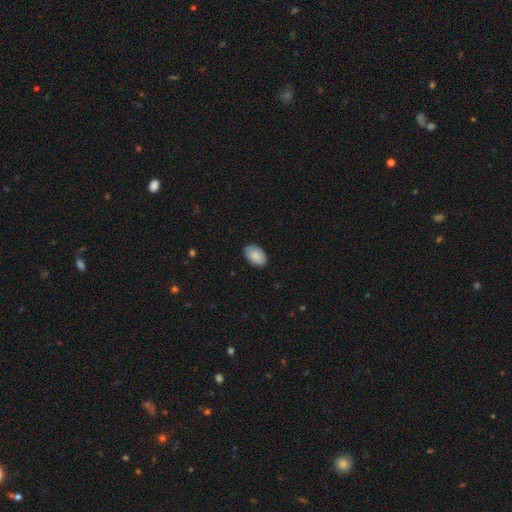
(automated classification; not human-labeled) smooth-or-featured: smooth: 87% | featured or disk: 7% | star or artifact: 6%
  how-rounded: in between: 92% | round: 7% | cigar-shaped: 1%
  merging: none: 87% | minor disturbance: 10% | major disturbance: 2% | merger: 1%